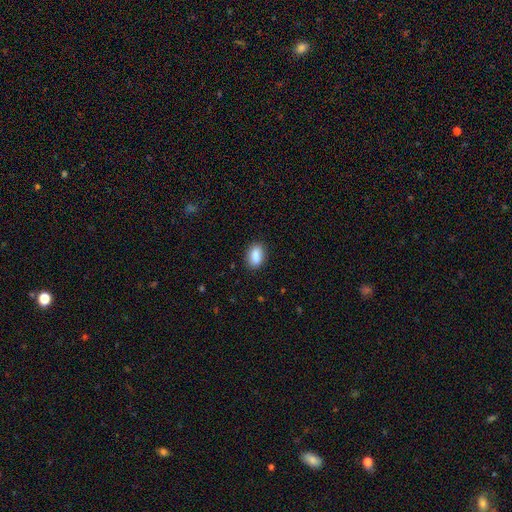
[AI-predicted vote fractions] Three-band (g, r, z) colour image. It shows a smooth galaxy with no disk features (88%) that is in between round and cigar-shaped (86%). Merging: none (86%).